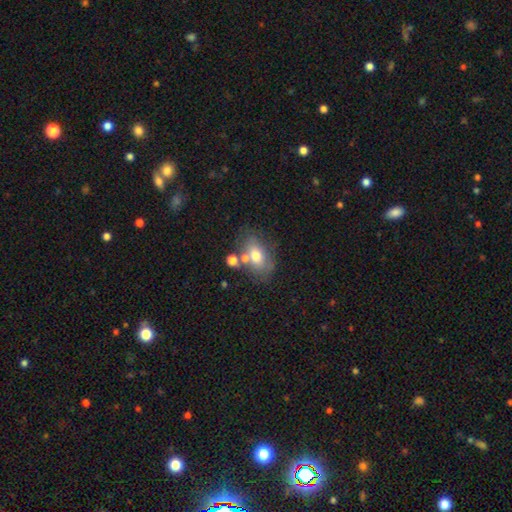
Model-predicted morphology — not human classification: The model was most divided on "merging": none: 54%, merger: 21%, minor disturbance: 17%, major disturbance: 8%. More confident: how rounded — in between (81%); smooth or featured — smooth (67%).